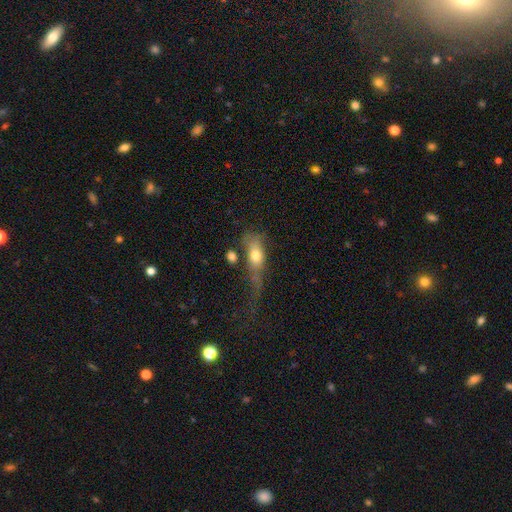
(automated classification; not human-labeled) A smooth galaxy with no disk features (67%) that is in between round and cigar-shaped (73%).

Vote fractions:
- Smooth or featured? smooth: 67% / featured or disk: 24% / star or artifact: 9%
- How rounded? in between: 73% / cigar-shaped: 17% / round: 10%
- Merging? major disturbance: 45% / none: 21% / minor disturbance: 19% / merger: 14%